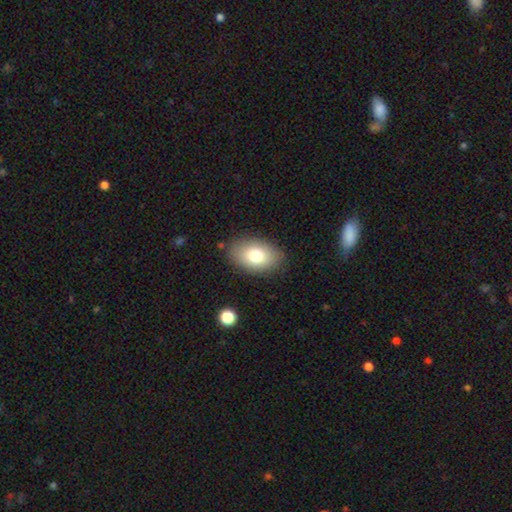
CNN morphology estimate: smooth 77%, featured or disk 14%, star or artifact 8%. Down the decision tree: how rounded — in between (89%); merging — none (85%).